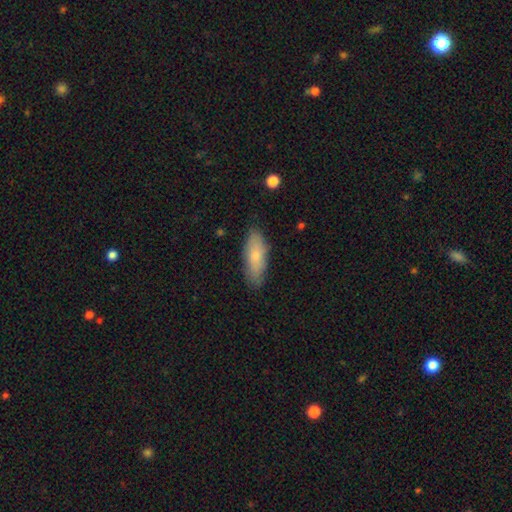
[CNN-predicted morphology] A smooth galaxy with no disk features (74%) that is in between round and cigar-shaped (67%).

Vote fractions:
- Smooth or featured? smooth: 74% / featured or disk: 20% / star or artifact: 6%
- How rounded? in between: 67% / cigar-shaped: 31% / round: 2%
- Merging? none: 81% / minor disturbance: 15% / major disturbance: 3% / merger: 1%